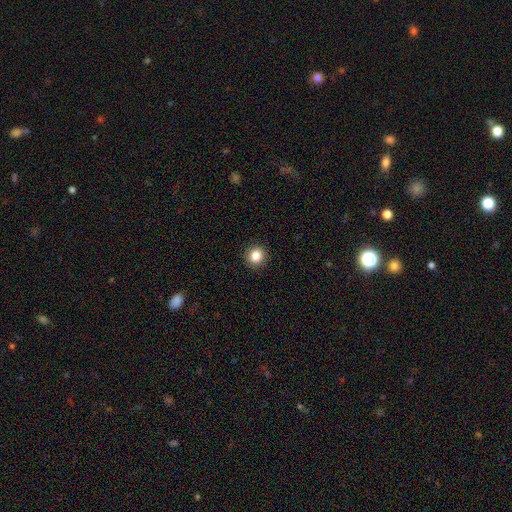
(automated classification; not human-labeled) A smooth galaxy with no disk features (84%) that is round (92%).

Vote fractions:
- Smooth or featured? smooth: 84% / star or artifact: 11% / featured or disk: 5%
- How rounded? round: 92% / in between: 7% / cigar-shaped: 1%
- Merging? none: 92% / minor disturbance: 5% / major disturbance: 2% / merger: 1%